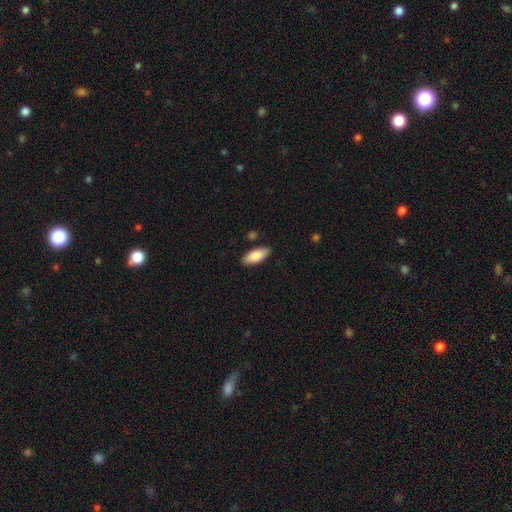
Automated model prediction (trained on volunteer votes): This appears to be a smooth galaxy with no disk features (85%) that is in between round and cigar-shaped (80%). Merging: none (84%).